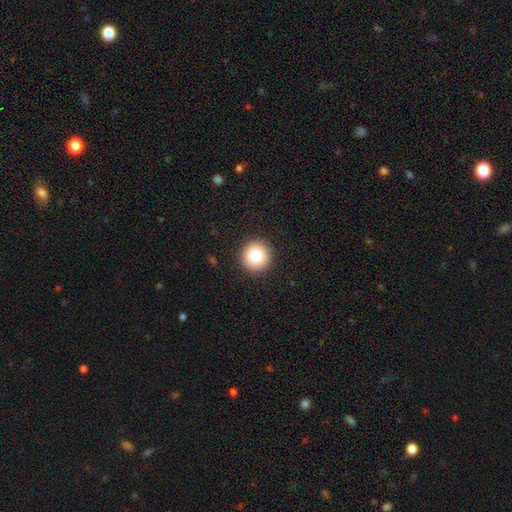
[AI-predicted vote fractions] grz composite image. It shows a smooth galaxy with no disk features (87%) that is round (93%). Merging: none (91%).